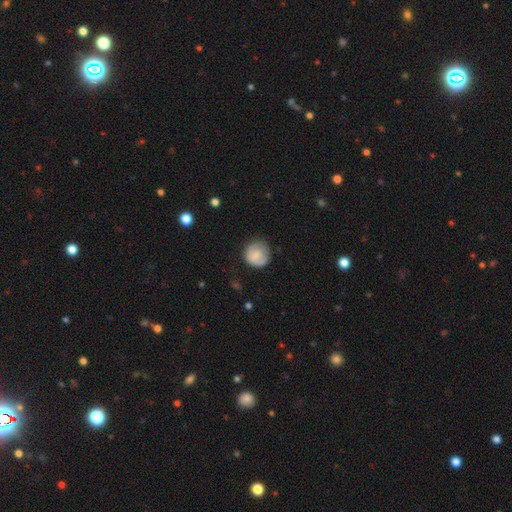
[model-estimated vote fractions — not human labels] Smooth or featured? Predicted: smooth (p=0.75). How rounded? Predicted: round (p=0.89). Merging? Predicted: none (p=0.69).